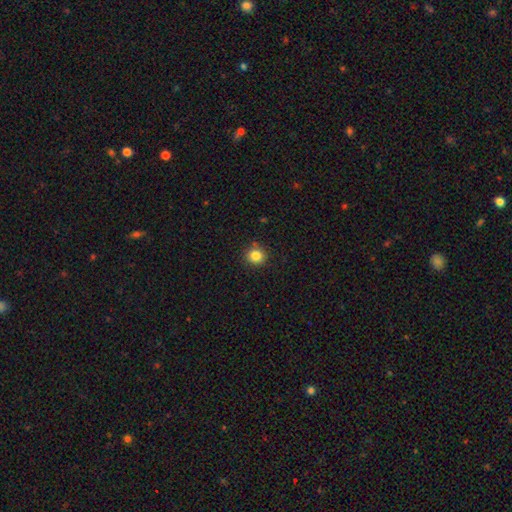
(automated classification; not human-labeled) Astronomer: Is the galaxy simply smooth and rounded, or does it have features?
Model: smooth — 84%.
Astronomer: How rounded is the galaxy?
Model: round — 89%.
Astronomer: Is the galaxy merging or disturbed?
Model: none — 88%.